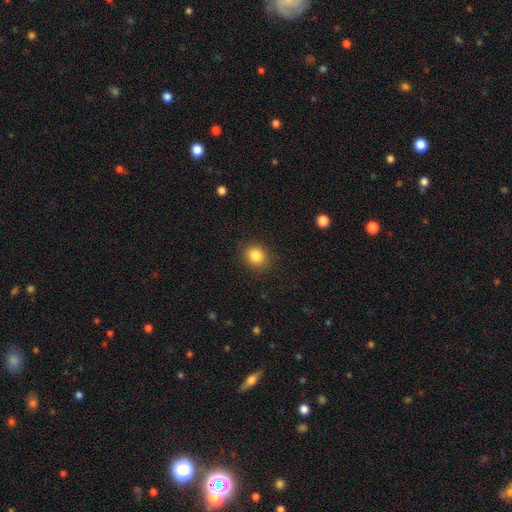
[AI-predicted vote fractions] The model was most divided on "how rounded": round: 68%, in between: 31%, cigar-shaped: 1%. More confident: merging — none (88%); smooth or featured — smooth (85%).